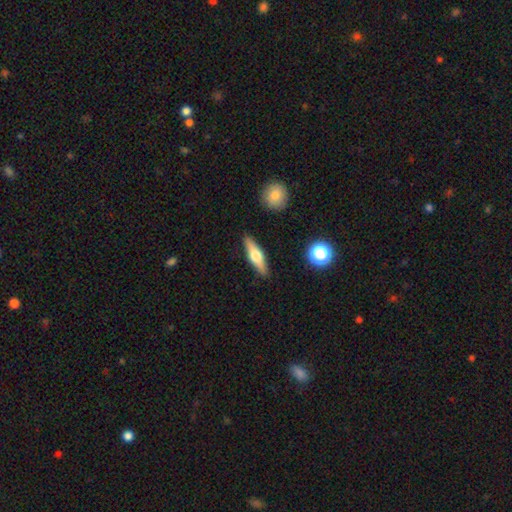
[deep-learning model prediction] Morphology: type=featured or disk (53%); edge-on=yes (94%); edge-on bulge=rounded (92%); merging=none (89%).